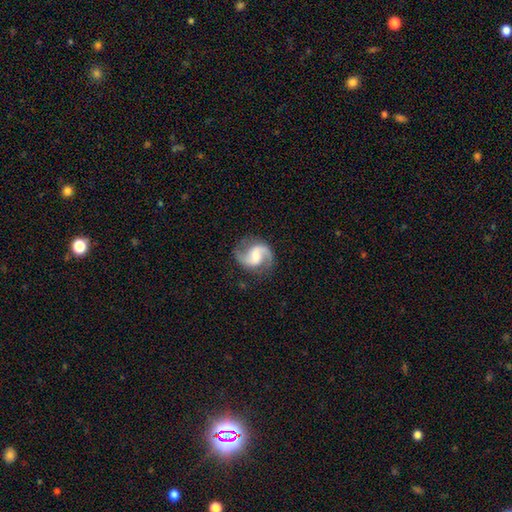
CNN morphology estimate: Smooth or featured: featured or disk — 88% (smooth — 7%)
Edge-on disk: no — 98% (yes — 2%)
Bar: weak — 50% (no — 29%)
Spiral arms: yes — 98% (no — 2%)
Spiral winding: medium — 52% (loose — 36%)
Spiral arm count: 2 — 93% (1 — 2%)
Bulge size: moderate — 44% (small — 30%)
Merging: none — 80% (minor disturbance — 13%)